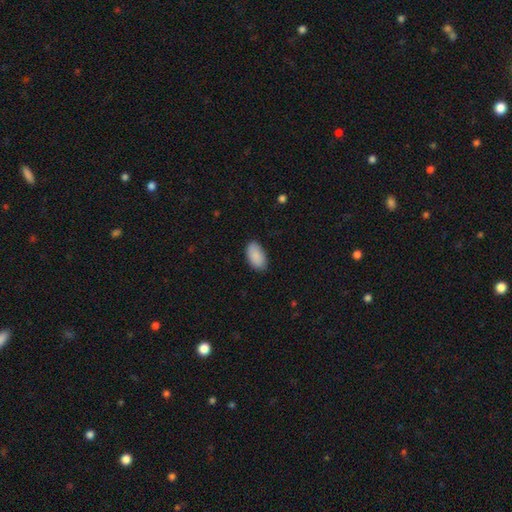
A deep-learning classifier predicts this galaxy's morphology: Overall: smooth (90%). How rounded: in between (95%). Merging: none (85%).